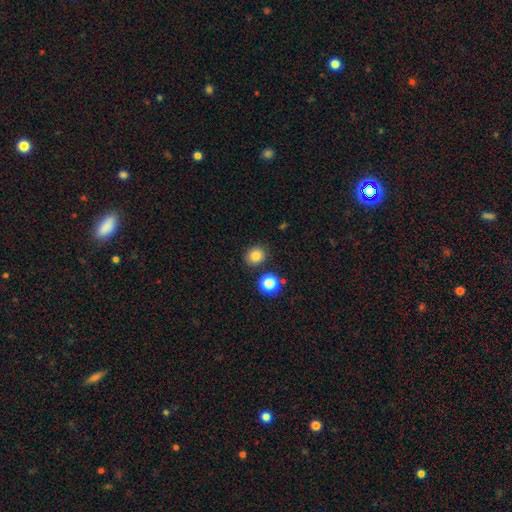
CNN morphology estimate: This appears to be a smooth galaxy with no disk features (81%) that is round (80%). Merging: none (84%).